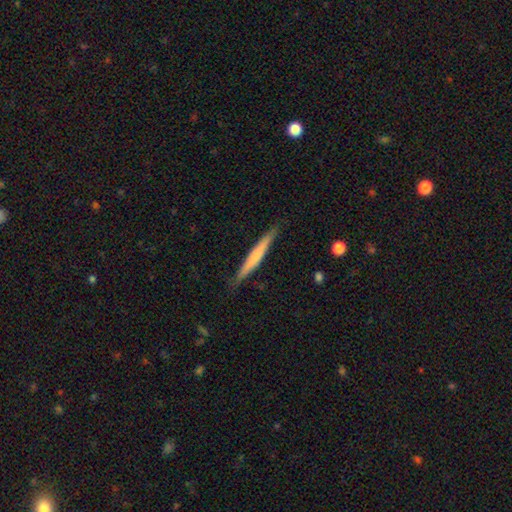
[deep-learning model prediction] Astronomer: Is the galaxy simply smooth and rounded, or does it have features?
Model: smooth — 55% (runner-up: featured or disk, 40%).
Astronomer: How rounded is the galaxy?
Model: cigar-shaped — 96%.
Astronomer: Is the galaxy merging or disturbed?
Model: none — 89%.